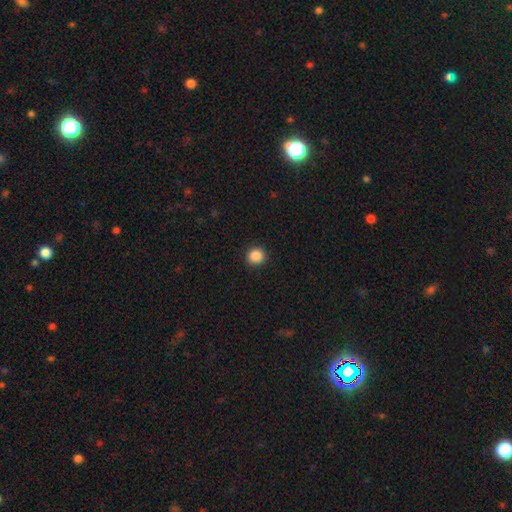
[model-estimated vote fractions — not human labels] smooth_or_featured: smooth (p=0.88) [alt: star or artifact p=0.10]
how_rounded: round (p=0.91) [alt: in between p=0.08]
merging: none (p=0.92) [alt: minor disturbance p=0.05]